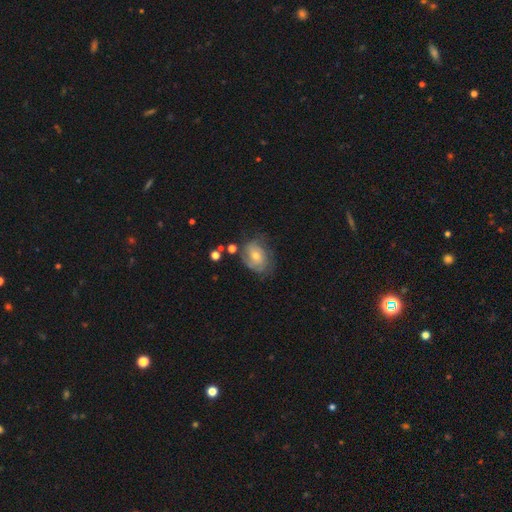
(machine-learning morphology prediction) Smooth or featured?
  - featured or disk: 59% *
  - smooth: 33%
  - star or artifact: 8%
Edge-on disk?
  - no: 96% *
  - yes: 4%
Bar?
  - no: 66% *
  - weak: 29%
  - strong: 5%
Spiral arms?
  - yes: 79% *
  - no: 21%
Bulge size?
  - small: 50% *
  - moderate: 45%
  - large: 2%
  - none: 2%
  - dominant: 1%
Merging?
  - none: 57% *
  - minor disturbance: 26%
  - major disturbance: 13%
  - merger: 4%